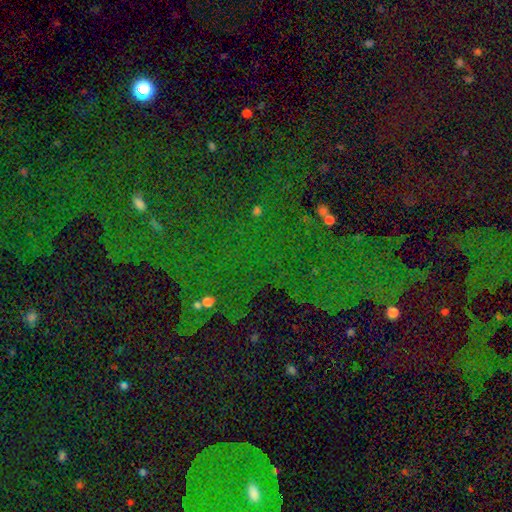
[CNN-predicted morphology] Smooth or featured? star or artifact (77%)